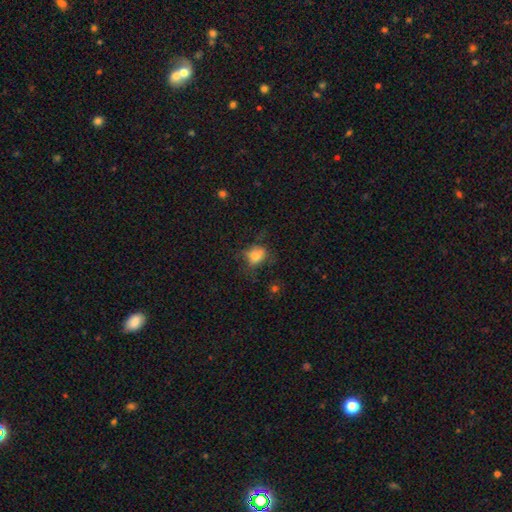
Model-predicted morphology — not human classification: Smooth or featured: smooth — 70% (featured or disk — 16%)
How rounded: in between — 56% (round — 42%)
Merging: none — 48% (minor disturbance — 27%)